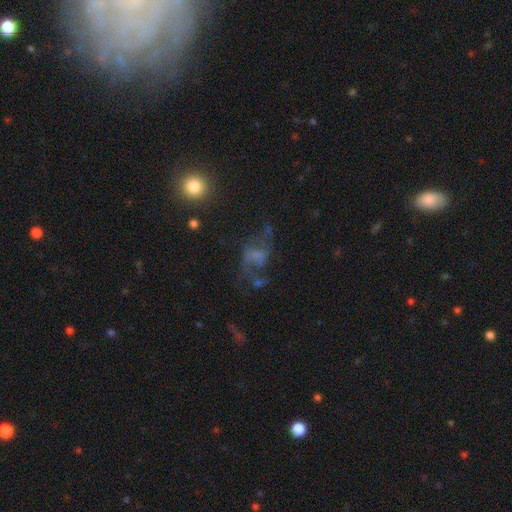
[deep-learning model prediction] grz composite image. It shows a featured or disk galaxy (47%). Merging: major disturbance (38%).